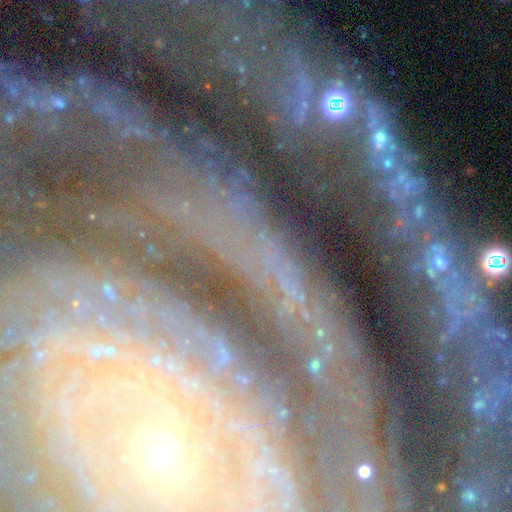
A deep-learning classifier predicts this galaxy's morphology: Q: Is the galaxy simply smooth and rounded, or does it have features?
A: star or artifact — 49%.